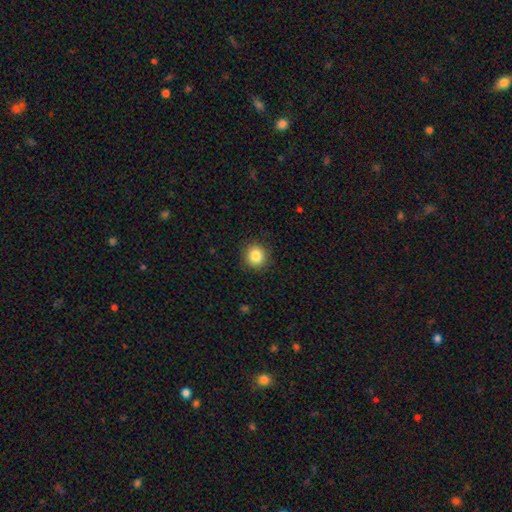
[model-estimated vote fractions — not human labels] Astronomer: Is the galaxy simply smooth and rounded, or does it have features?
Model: smooth — 86%.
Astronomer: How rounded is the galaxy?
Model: round — 87%.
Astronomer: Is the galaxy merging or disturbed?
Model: none — 89%.